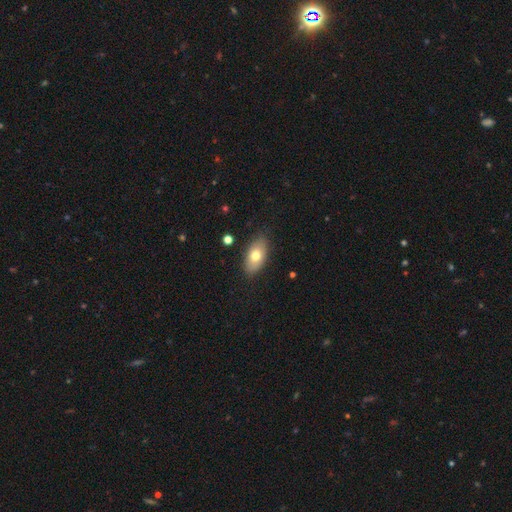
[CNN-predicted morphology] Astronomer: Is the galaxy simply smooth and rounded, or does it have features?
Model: smooth — 71%.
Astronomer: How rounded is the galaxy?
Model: in between — 91%.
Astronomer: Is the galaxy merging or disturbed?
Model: none — 84%.